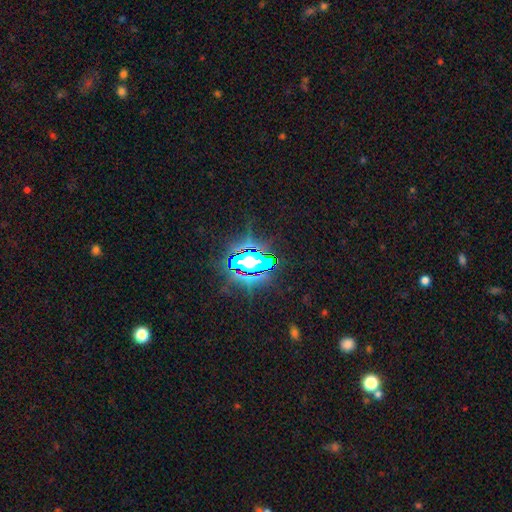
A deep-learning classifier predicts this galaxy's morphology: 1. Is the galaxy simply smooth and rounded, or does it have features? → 80% star or artifact, 10% smooth, 9% featured or disk.